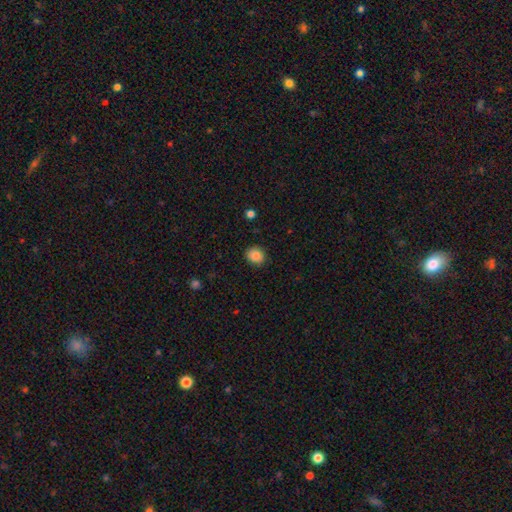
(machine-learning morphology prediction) Smooth or featured? smooth (86%)
How rounded? round (74%)
Merging? none (87%)